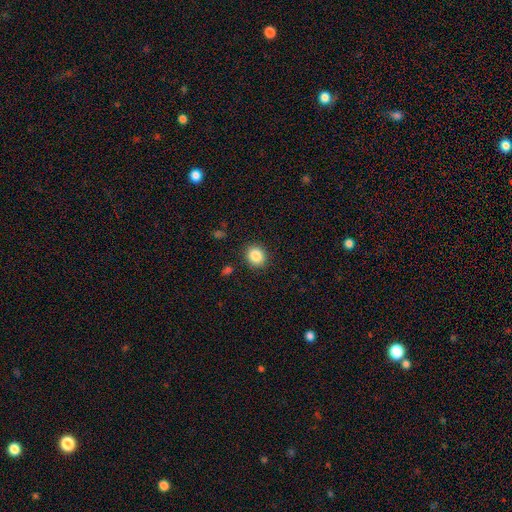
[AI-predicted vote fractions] Smooth or featured: smooth — 86% (star or artifact — 9%)
How rounded: round — 71% (in between — 28%)
Merging: none — 88% (minor disturbance — 8%)